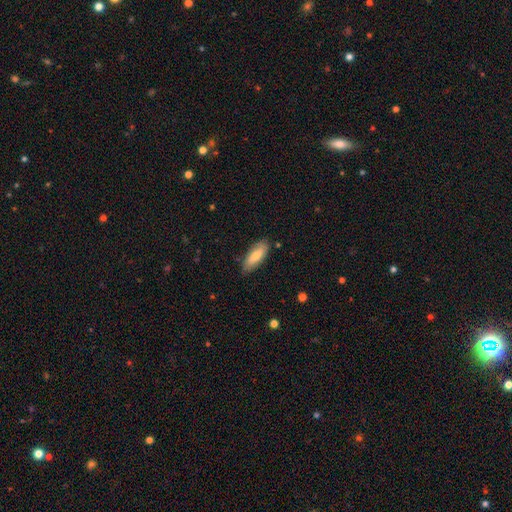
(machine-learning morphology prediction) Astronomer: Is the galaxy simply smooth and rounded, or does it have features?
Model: smooth — 74%.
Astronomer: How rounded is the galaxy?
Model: in between — 70%.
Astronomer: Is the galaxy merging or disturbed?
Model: none — 81%.